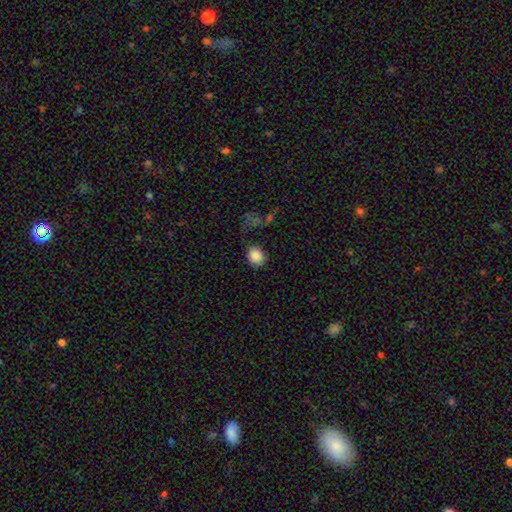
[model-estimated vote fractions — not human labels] Smooth or featured?
  - smooth: 86% *
  - star or artifact: 9%
  - featured or disk: 5%
How rounded?
  - round: 66% *
  - in between: 33%
  - cigar-shaped: 1%
Merging?
  - none: 76% *
  - minor disturbance: 15%
  - major disturbance: 6%
  - merger: 3%